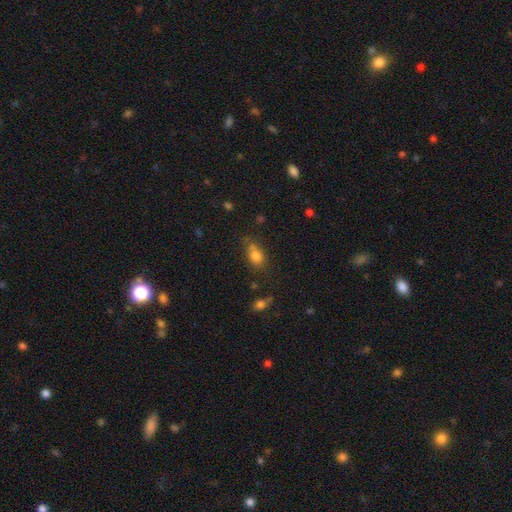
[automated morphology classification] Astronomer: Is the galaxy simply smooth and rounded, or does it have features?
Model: smooth — 79%.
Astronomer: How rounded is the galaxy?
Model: in between — 67%.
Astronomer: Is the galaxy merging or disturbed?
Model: none — 53%.